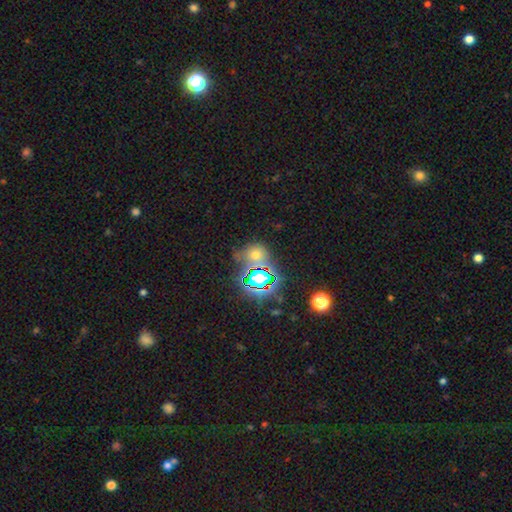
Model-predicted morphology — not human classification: A star or artifact, not a galaxy (49%).